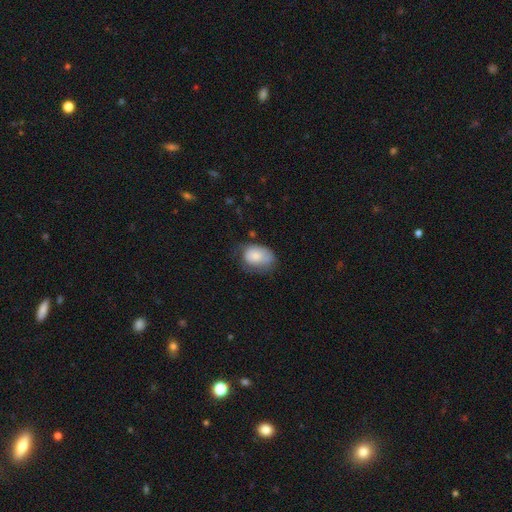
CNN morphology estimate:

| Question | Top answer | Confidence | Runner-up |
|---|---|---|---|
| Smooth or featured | smooth | 78% | featured or disk (14%) |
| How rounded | in between | 77% | round (22%) |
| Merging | none | 44% | minor disturbance (36%) |